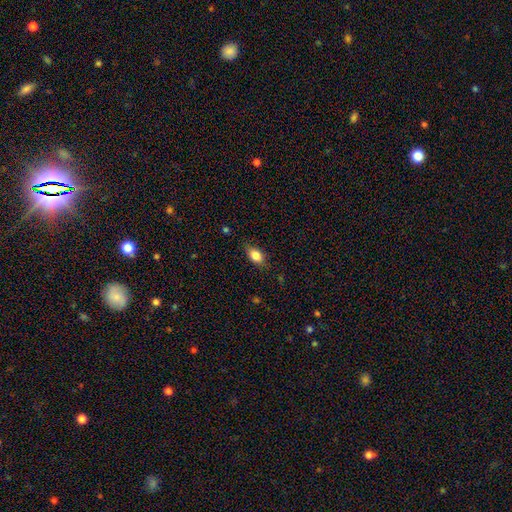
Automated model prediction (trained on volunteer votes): smooth 84%, featured or disk 8%, star or artifact 8%. Down the decision tree: how rounded — in between (84%); merging — none (79%).